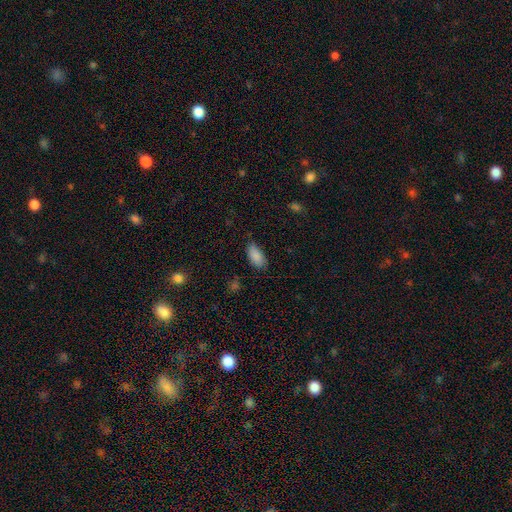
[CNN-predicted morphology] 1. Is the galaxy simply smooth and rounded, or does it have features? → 87% smooth, 7% star or artifact, 5% featured or disk.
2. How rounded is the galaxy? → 92% in between, 6% cigar-shaped, 3% round.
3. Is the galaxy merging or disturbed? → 74% none, 21% minor disturbance, 4% major disturbance, 2% merger.